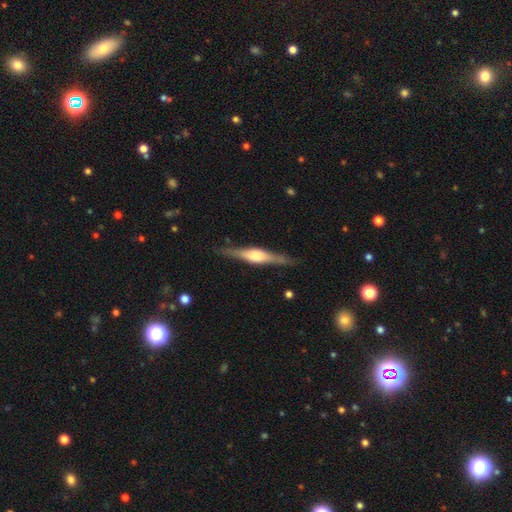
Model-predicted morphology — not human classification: A featured or disk galaxy (74%) viewed edge-on (97%) with a rounded central bulge (73%).

Vote fractions:
- Smooth or featured? featured or disk: 74% / smooth: 21% / star or artifact: 5%
- Edge-on disk? yes: 97% / no: 3%
- Edge-on bulge? rounded: 73% / boxy: 23% / none: 4%
- Merging? none: 86% / minor disturbance: 11% / major disturbance: 2% / merger: 1%